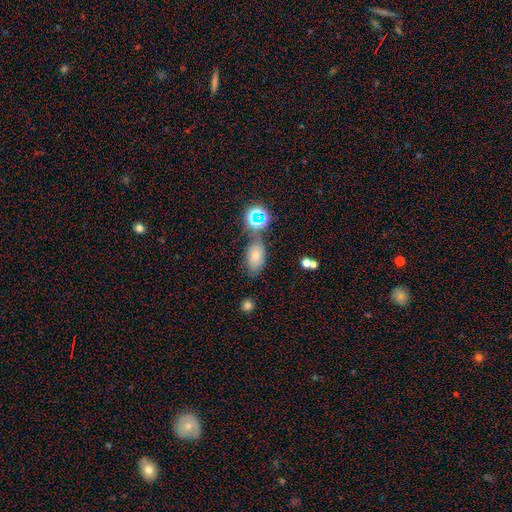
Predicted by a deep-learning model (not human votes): Smooth or featured? smooth (67%)
How rounded? in between (87%)
Merging? none (64%)